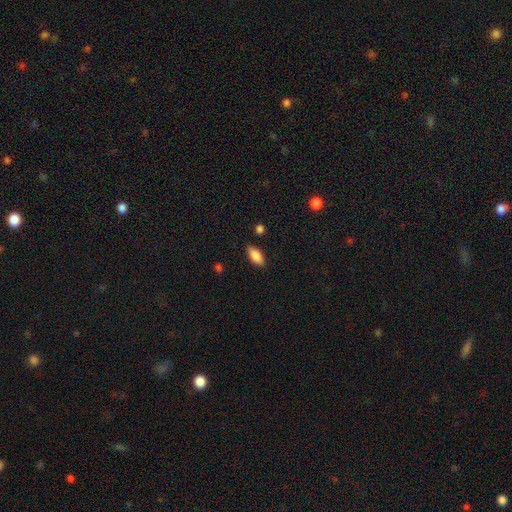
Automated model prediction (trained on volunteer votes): This is clearly a smooth galaxy (85%). How rounded: clearly in between (84%). Merging: clearly none (85%).